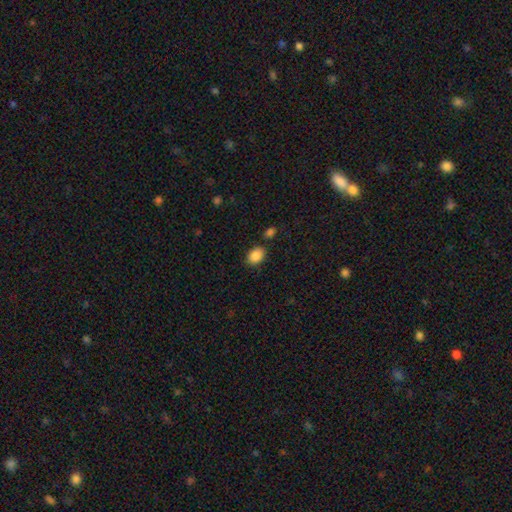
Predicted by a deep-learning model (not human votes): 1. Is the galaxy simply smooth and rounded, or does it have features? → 88% smooth, 8% star or artifact, 4% featured or disk.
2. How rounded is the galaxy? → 77% in between, 22% round, 1% cigar-shaped.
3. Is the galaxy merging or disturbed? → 81% none, 12% minor disturbance, 4% merger, 3% major disturbance.